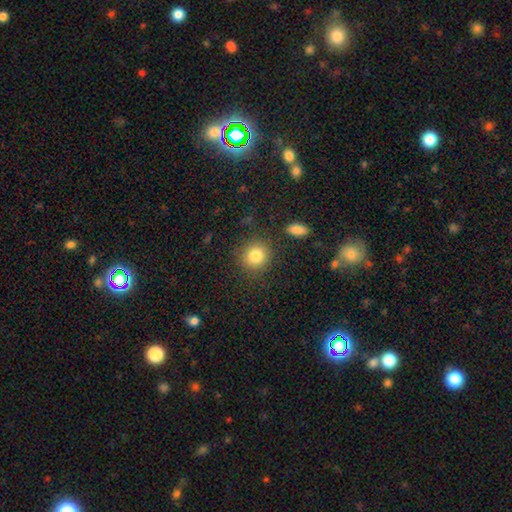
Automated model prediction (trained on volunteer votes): smooth 83%, star or artifact 10%, featured or disk 7%. Down the decision tree: how rounded — round (89%); merging — none (85%).